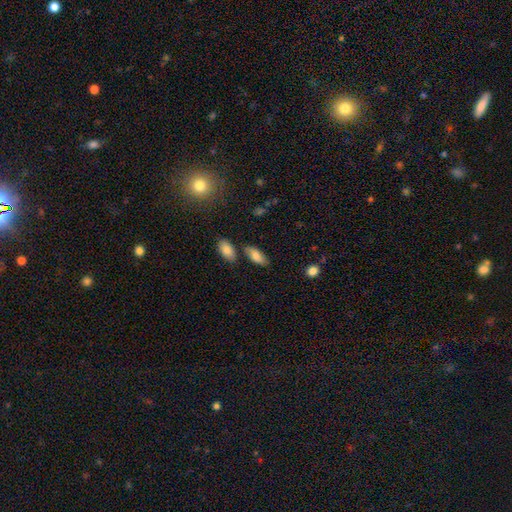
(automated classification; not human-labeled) smooth 80%, featured or disk 14%, star or artifact 7%. Down the decision tree: how rounded — in between (88%); merging — none (74%).